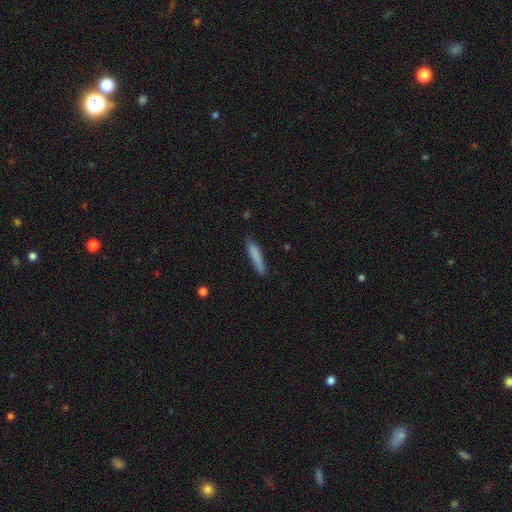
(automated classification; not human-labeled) smooth_or_featured: smooth (p=0.82) [alt: featured or disk p=0.12]
how_rounded: cigar-shaped (p=0.86) [alt: in between p=0.13]
merging: none (p=0.77) [alt: minor disturbance p=0.18]